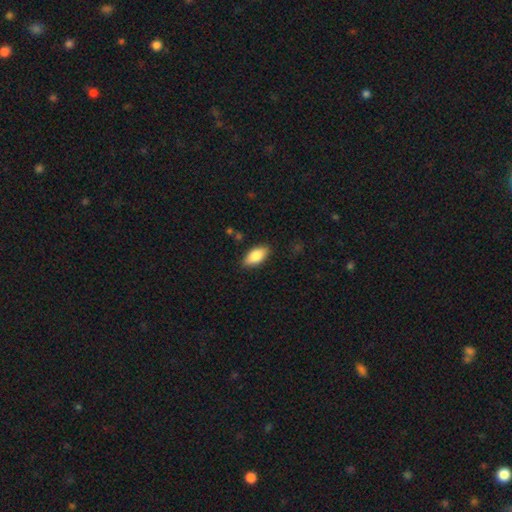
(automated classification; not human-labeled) Smooth or featured? Predicted: smooth (p=0.83). How rounded? Predicted: in between (p=0.90). Merging? Predicted: none (p=0.86).